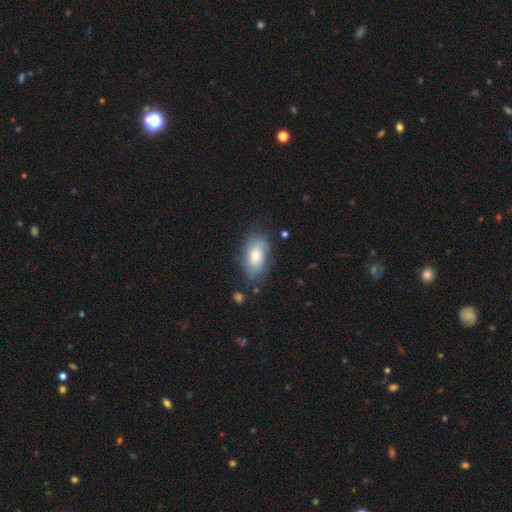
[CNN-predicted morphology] The model was most divided on "smooth or featured": smooth: 69%, featured or disk: 24%, star or artifact: 7%. More confident: how rounded — in between (92%); merging — none (70%).